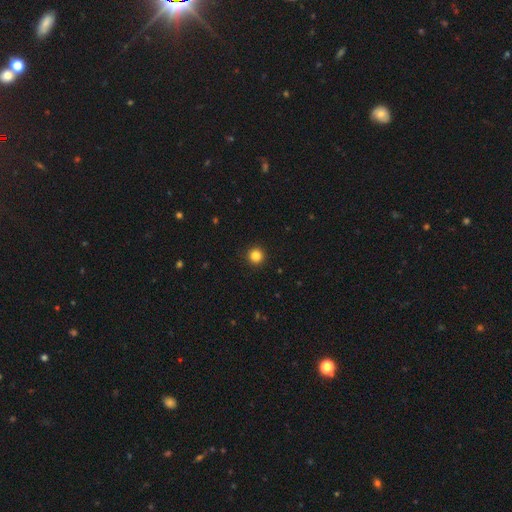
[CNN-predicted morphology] Q: Smooth or featured?
A: smooth (84%); runner-up: star or artifact (12%)
Q: How rounded?
A: round (96%); runner-up: in between (3%)
Q: Merging?
A: none (93%); runner-up: minor disturbance (4%)